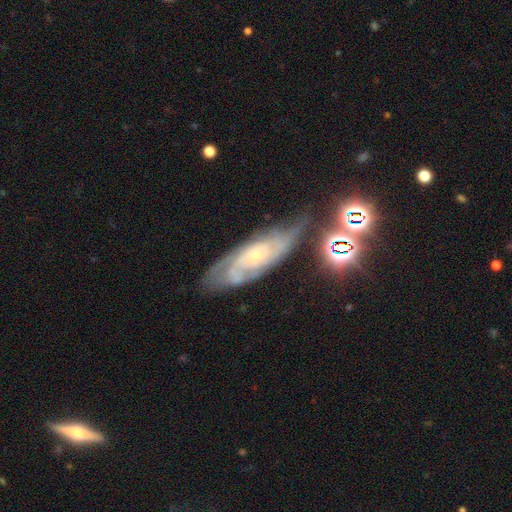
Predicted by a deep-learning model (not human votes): This appears to be a featured or disk galaxy (78%) with no bar (68%), tight (59%) spiral arms (94%) and a small central bulge (73%). Merging: none (62%).